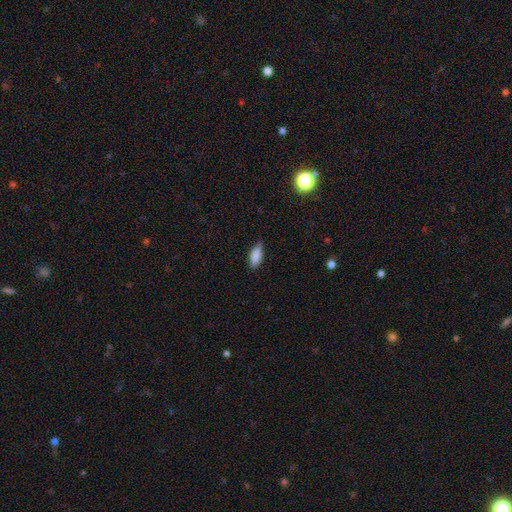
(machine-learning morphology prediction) smooth_or_featured: smooth (p=0.84) [alt: featured or disk p=0.09]
how_rounded: in between (p=0.71) [alt: cigar-shaped p=0.27]
merging: none (p=0.77) [alt: minor disturbance p=0.19]